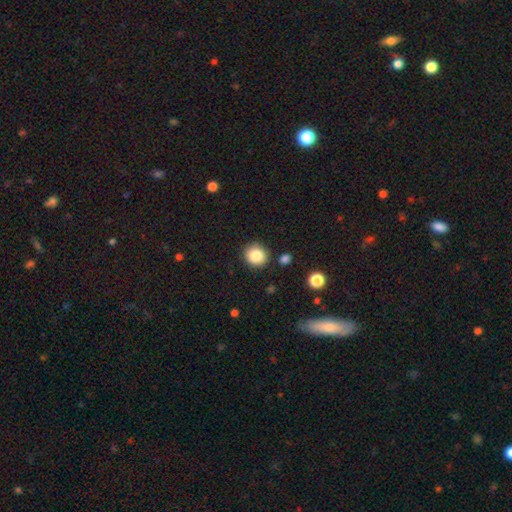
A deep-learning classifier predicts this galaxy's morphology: Smooth or featured? smooth (84%)
How rounded? round (86%)
Merging? none (86%)